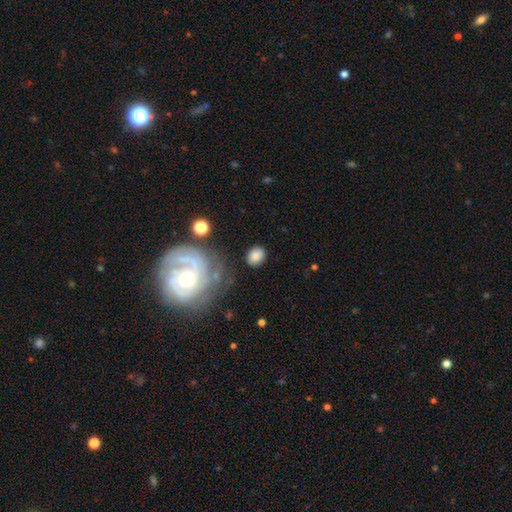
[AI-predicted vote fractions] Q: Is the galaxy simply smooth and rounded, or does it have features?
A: smooth — 77%.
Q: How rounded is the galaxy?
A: in between — 56%.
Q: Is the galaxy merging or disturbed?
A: none — 78%.